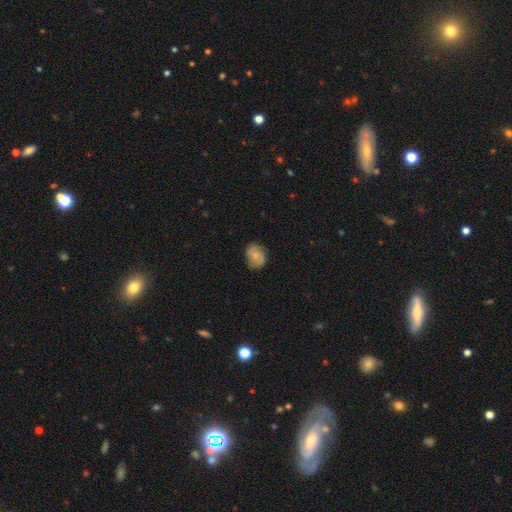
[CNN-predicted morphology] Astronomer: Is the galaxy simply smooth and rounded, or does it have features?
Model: smooth — 60%.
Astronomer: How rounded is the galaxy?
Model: in between — 52% (runner-up: round, 47%).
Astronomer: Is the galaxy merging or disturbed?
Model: none — 73%.